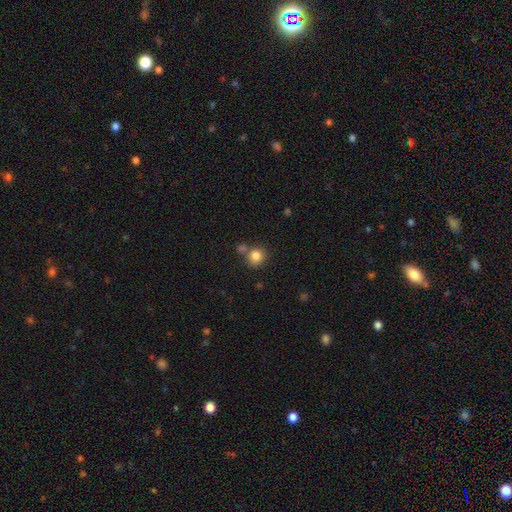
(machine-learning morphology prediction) smooth 83%, star or artifact 10%, featured or disk 6%. Down the decision tree: how rounded — round (85%); merging — none (65%).